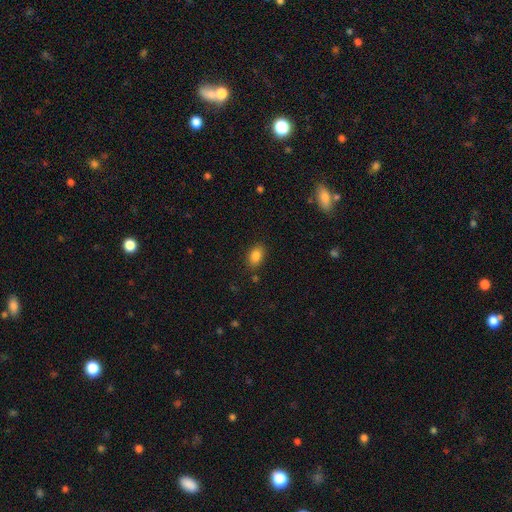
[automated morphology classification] smooth_or_featured: smooth (p=0.86) [alt: star or artifact p=0.09]
how_rounded: in between (p=0.83) [alt: round p=0.15]
merging: none (p=0.84) [alt: minor disturbance p=0.11]